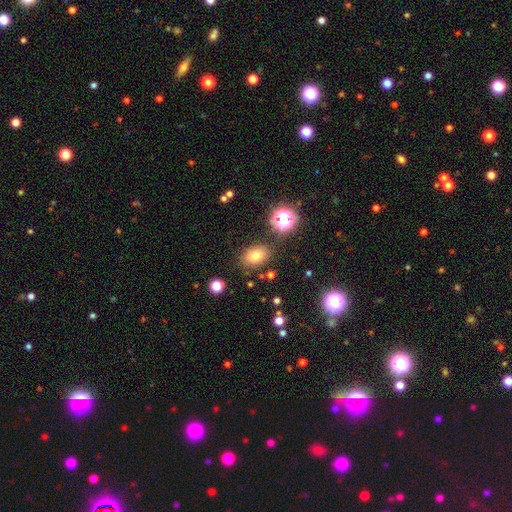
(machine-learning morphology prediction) smooth 75%, star or artifact 16%, featured or disk 9%. Down the decision tree: how rounded — in between (78%); merging — none (81%).